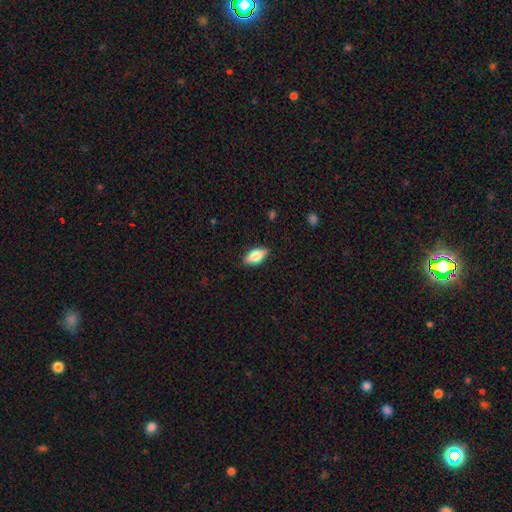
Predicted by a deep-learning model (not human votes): This appears to be a smooth galaxy with no disk features (77%) that is in between round and cigar-shaped (86%). Merging: none (86%).